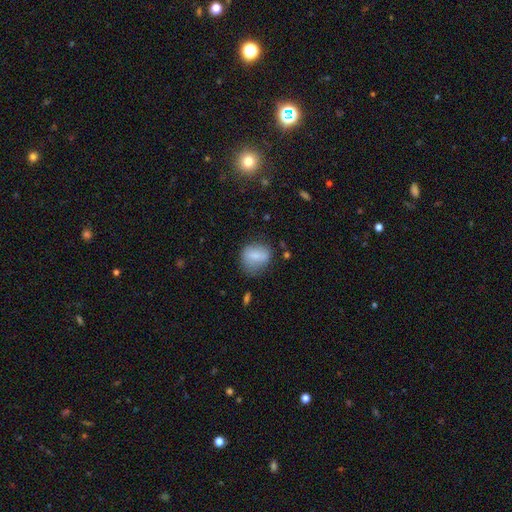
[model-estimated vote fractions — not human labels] This is likely a smooth galaxy (74%). How rounded: possibly round (55%). Merging: likely none (61%).